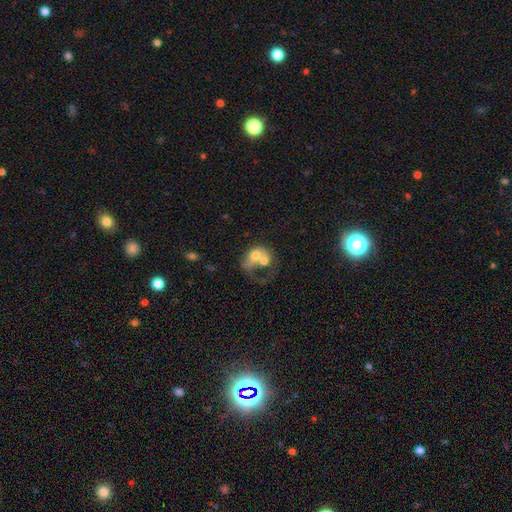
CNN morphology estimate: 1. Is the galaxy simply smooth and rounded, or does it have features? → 52% smooth, 40% featured or disk, 8% star or artifact.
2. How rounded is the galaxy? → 56% in between, 43% round, 1% cigar-shaped.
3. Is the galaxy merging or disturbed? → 67% merger, 17% major disturbance, 10% none, 6% minor disturbance.